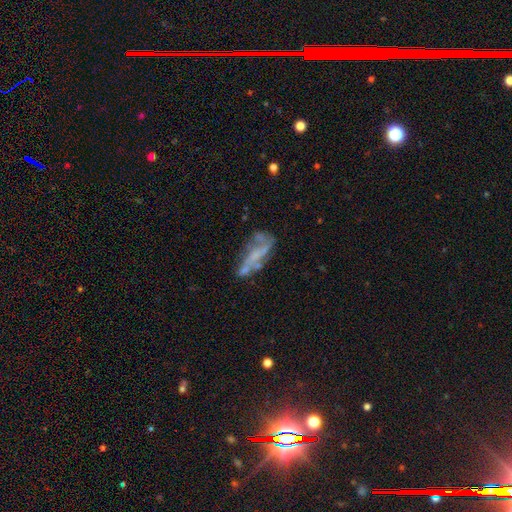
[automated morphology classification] A featured or disk galaxy (64%) with no bar (61%), no spiral arms (50%, tied with yes) and no central bulge (57%).

Vote fractions:
- Smooth or featured? featured or disk: 64% / smooth: 25% / star or artifact: 10%
- Edge-on disk? no: 87% / yes: 13%
- Bar? no: 61% / weak: 26% / strong: 14%
- Spiral arms? no: 50% (tied) / yes: 50% (tied)
- Bulge size? none: 57% / small: 26% / moderate: 13% / large: 2% / dominant: 1%
- Merging? none: 42% / minor disturbance: 22% / major disturbance: 22% / merger: 14%